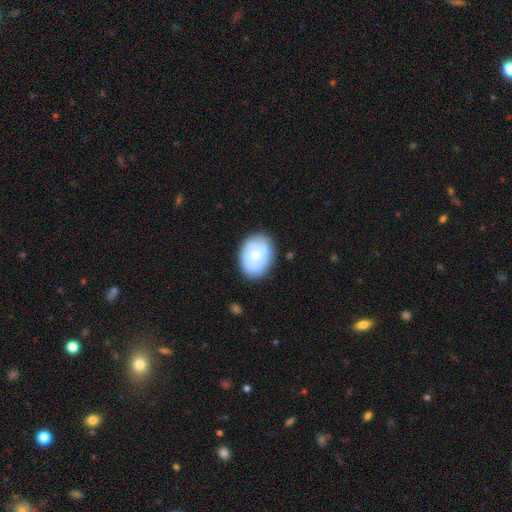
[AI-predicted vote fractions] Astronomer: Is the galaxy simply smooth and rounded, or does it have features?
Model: smooth — 61%.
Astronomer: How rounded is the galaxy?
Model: in between — 71%.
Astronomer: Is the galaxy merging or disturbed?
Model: none — 65%.